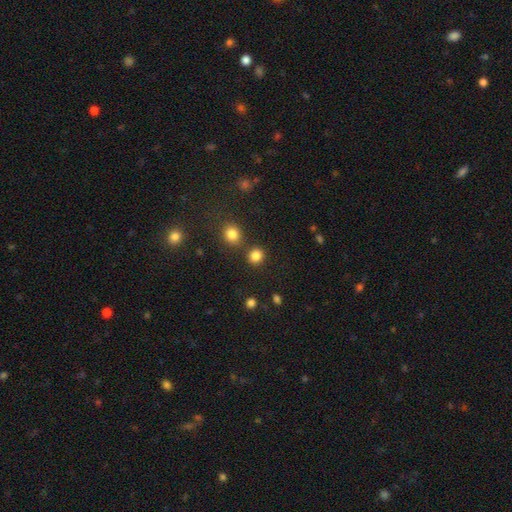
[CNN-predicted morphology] The model was most divided on "merging": none: 79%, merger: 10%, minor disturbance: 7%, major disturbance: 3%. More confident: how rounded — round (85%); smooth or featured — smooth (83%).